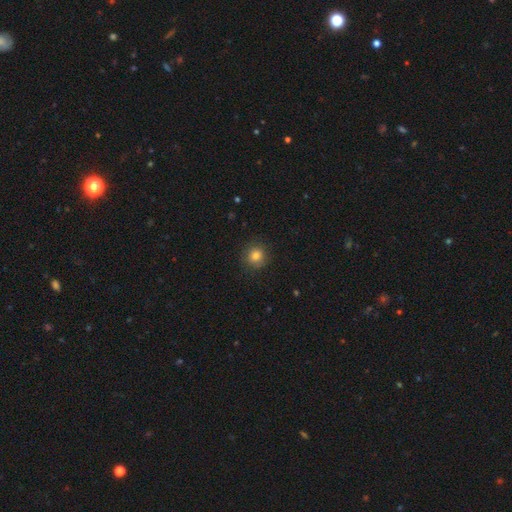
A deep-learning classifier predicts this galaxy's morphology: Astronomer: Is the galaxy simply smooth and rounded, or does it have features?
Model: smooth — 80%.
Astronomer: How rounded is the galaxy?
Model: round — 92%.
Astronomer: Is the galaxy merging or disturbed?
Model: none — 86%.